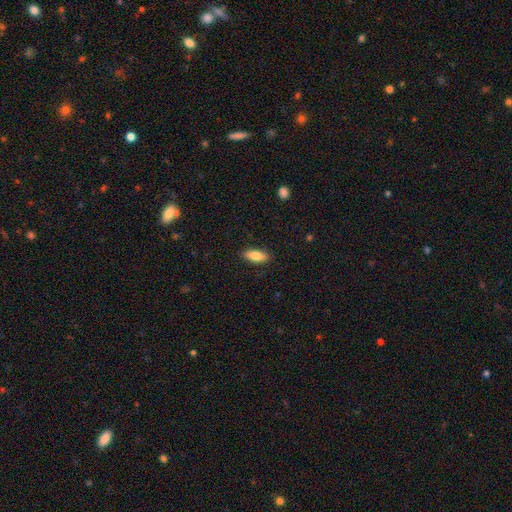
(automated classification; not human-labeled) Smooth or featured? Predicted: smooth (p=0.82). How rounded? Predicted: in between (p=0.77). Merging? Predicted: none (p=0.89).